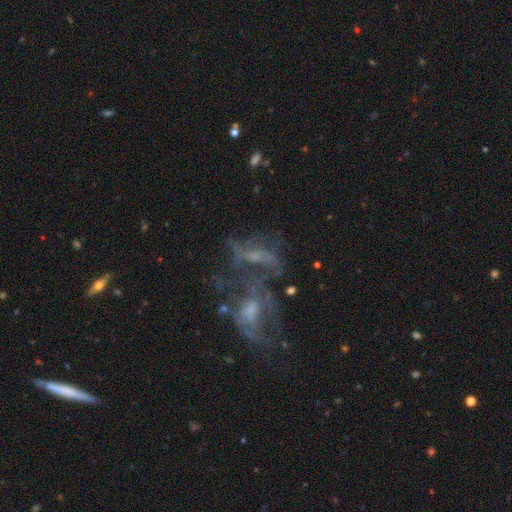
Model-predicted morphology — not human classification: Smooth or featured: featured or disk — 64% (star or artifact — 19%)
Edge-on disk: no — 93% (yes — 7%)
Bar: no — 60% (weak — 30%)
Spiral arms: yes — 59% (no — 41%)
Bulge size: small — 42% (moderate — 30%)
Merging: merger — 53% (none — 21%)